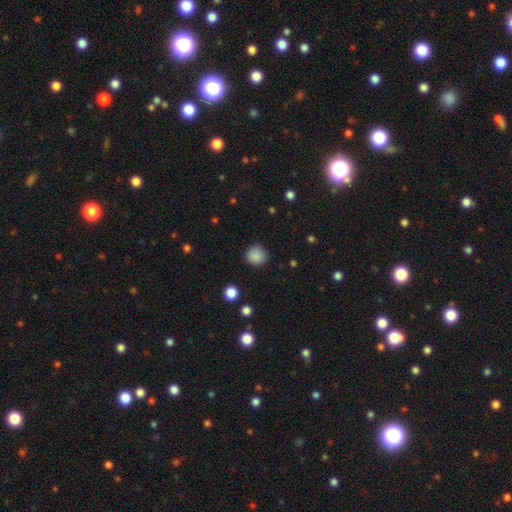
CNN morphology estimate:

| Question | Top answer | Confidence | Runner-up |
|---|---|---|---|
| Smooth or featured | smooth | 87% | star or artifact (10%) |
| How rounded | round | 93% | in between (6%) |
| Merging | none | 89% | minor disturbance (8%) |